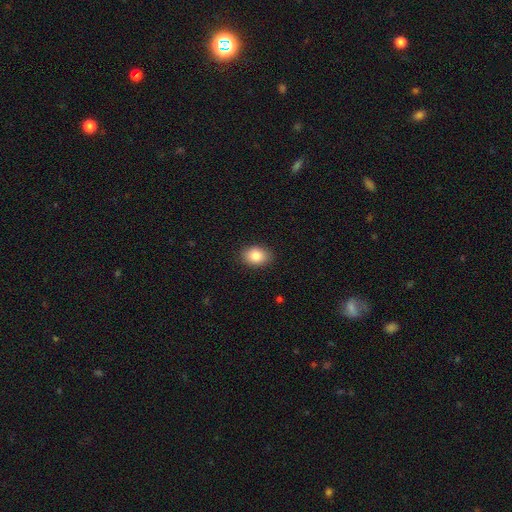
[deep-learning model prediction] A smooth galaxy with no disk features (86%) that is in between round and cigar-shaped (67%).

Vote fractions:
- Smooth or featured? smooth: 86% / star or artifact: 8% / featured or disk: 6%
- How rounded? in between: 67% / round: 32% / cigar-shaped: 1%
- Merging? none: 88% / minor disturbance: 9% / major disturbance: 2% / merger: 1%